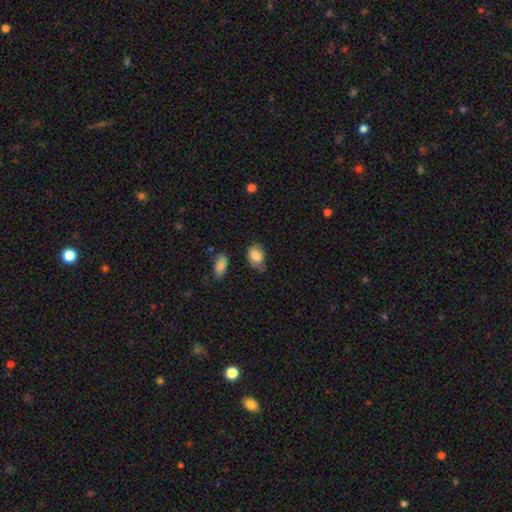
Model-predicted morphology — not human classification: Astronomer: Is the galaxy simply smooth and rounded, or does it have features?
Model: smooth — 80%.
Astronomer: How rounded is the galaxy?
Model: in between — 78%.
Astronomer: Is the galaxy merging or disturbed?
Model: none — 50% (runner-up: minor disturbance, 36%).